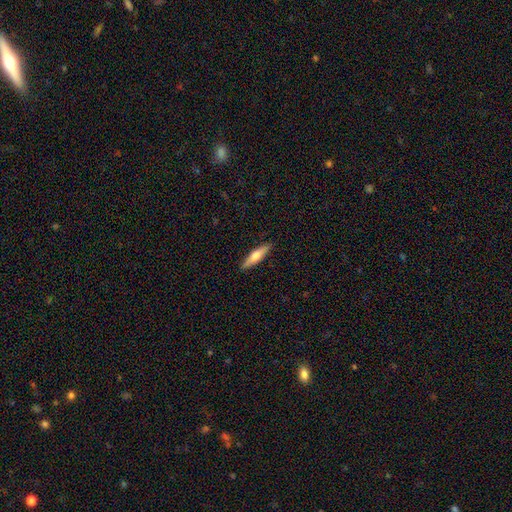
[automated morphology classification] This is possibly a smooth galaxy (55%). How rounded: likely cigar-shaped (79%). Merging: clearly none (90%).